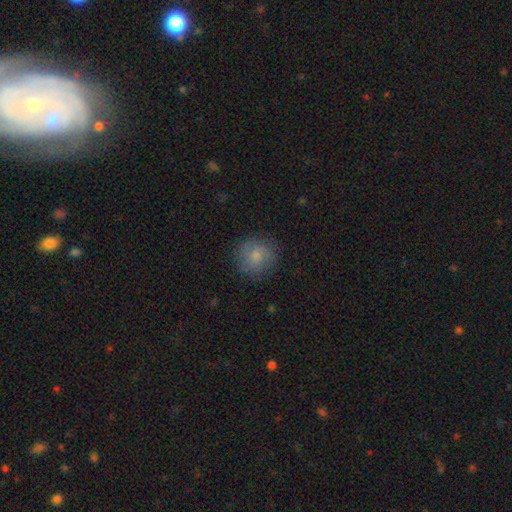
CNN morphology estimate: smooth_or_featured: smooth (p=0.80) [alt: featured or disk p=0.11]
how_rounded: round (p=0.89) [alt: in between p=0.10]
merging: none (p=0.82) [alt: minor disturbance p=0.13]